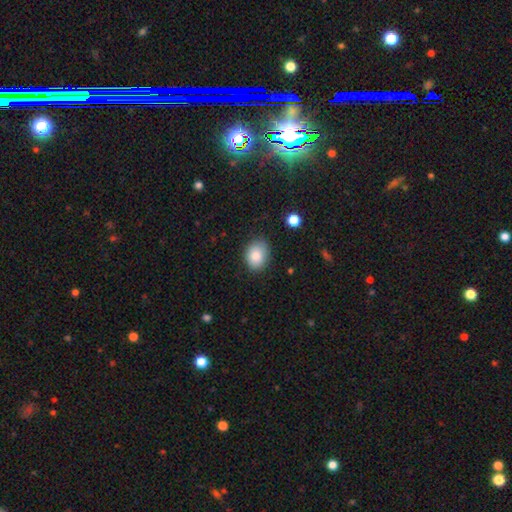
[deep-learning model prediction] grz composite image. It shows a smooth galaxy with no disk features (84%) that is in between round and cigar-shaped (63%). Merging: none (80%).